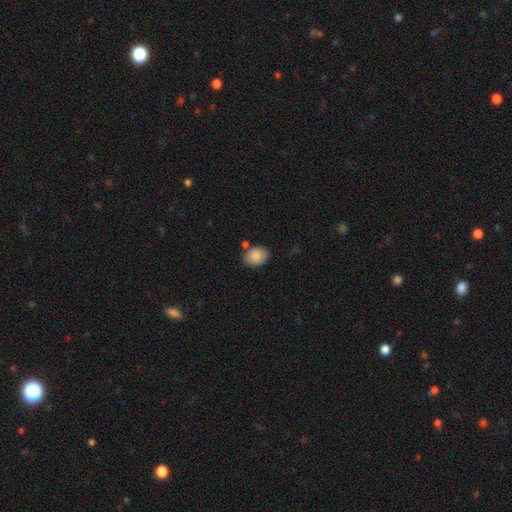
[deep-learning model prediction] Morphology: type=smooth (85%); roundness=in between (73%); merging=none (71%).